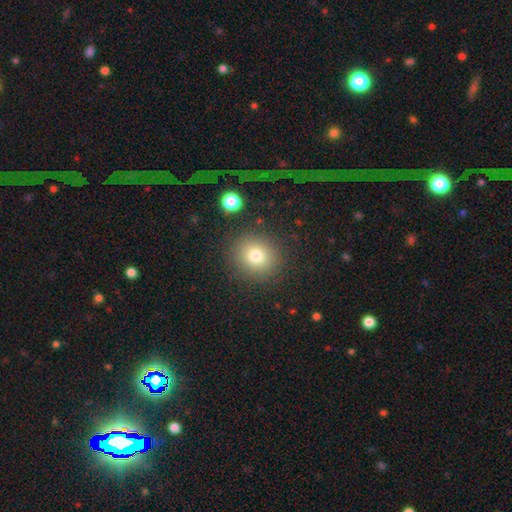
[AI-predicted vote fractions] The model was most divided on "smooth or featured": smooth: 78%, star or artifact: 13%, featured or disk: 9%. More confident: how rounded — round (87%); merging — none (86%).